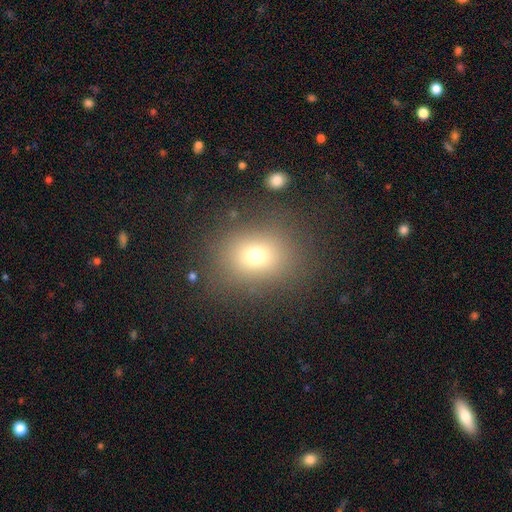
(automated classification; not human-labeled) A smooth galaxy with no disk features (71%) that is round (62%).

Vote fractions:
- Smooth or featured? smooth: 71% / star or artifact: 17% / featured or disk: 12%
- How rounded? round: 62% / in between: 37% / cigar-shaped: 1%
- Merging? none: 80% / minor disturbance: 11% / major disturbance: 7% / merger: 3%